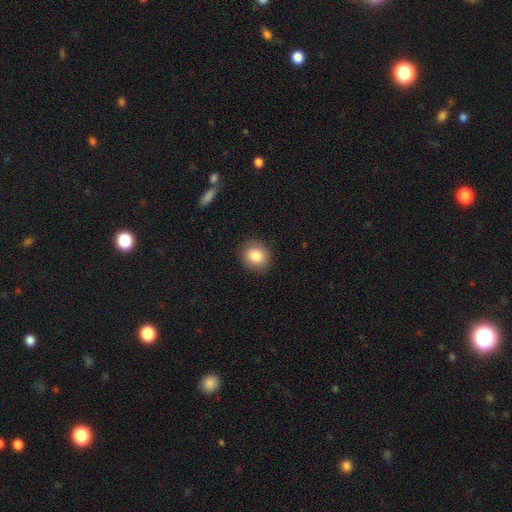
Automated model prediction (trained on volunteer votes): A smooth galaxy with no disk features (84%) that is round (79%).

Vote fractions:
- Smooth or featured? smooth: 84% / star or artifact: 9% / featured or disk: 7%
- How rounded? round: 79% / in between: 20% / cigar-shaped: 1%
- Merging? none: 89% / minor disturbance: 7% / major disturbance: 2% / merger: 1%